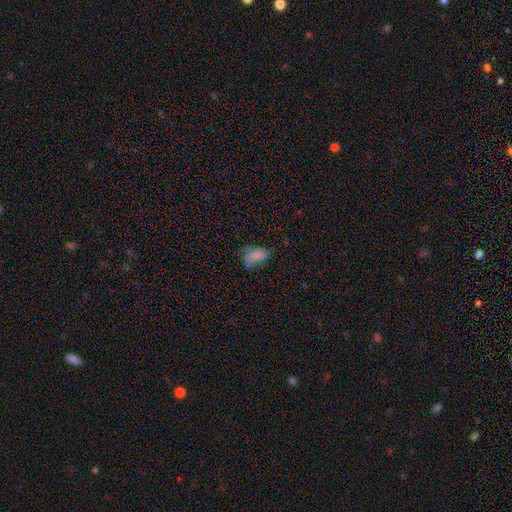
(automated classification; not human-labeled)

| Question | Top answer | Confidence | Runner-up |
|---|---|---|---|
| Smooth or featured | smooth | 71% | featured or disk (15%) |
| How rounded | in between | 88% | cigar-shaped (6%) |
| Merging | none | 40% | minor disturbance (30%) |